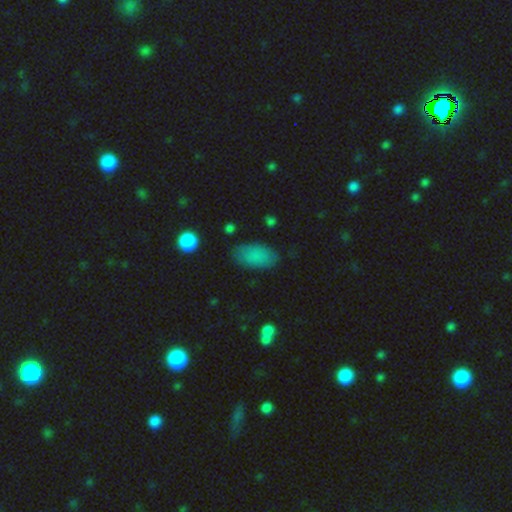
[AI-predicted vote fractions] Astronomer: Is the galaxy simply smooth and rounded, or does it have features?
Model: smooth — 84%.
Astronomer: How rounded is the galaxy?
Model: in between — 93%.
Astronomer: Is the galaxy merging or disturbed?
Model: none — 79%.